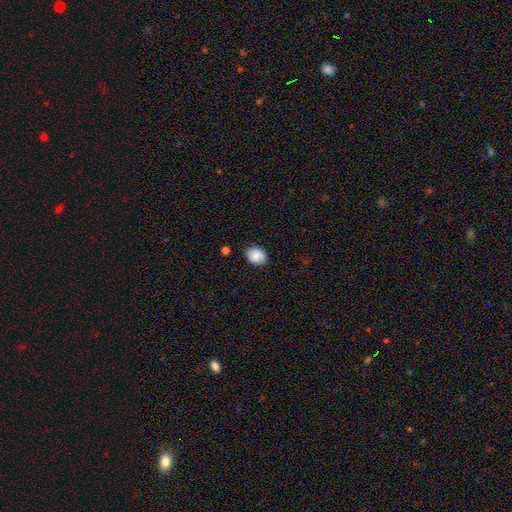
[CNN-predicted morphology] Overall: smooth (79%). How rounded: in between (62%; round 37%). Merging: none (84%).